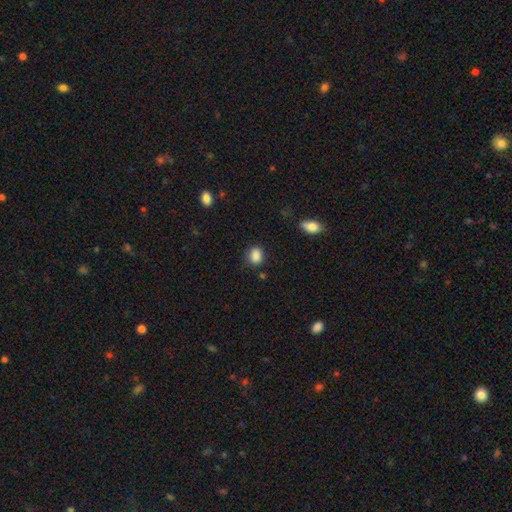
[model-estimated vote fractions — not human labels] Morphology: type=smooth (87%); roundness=in between (56%); merging=none (77%).